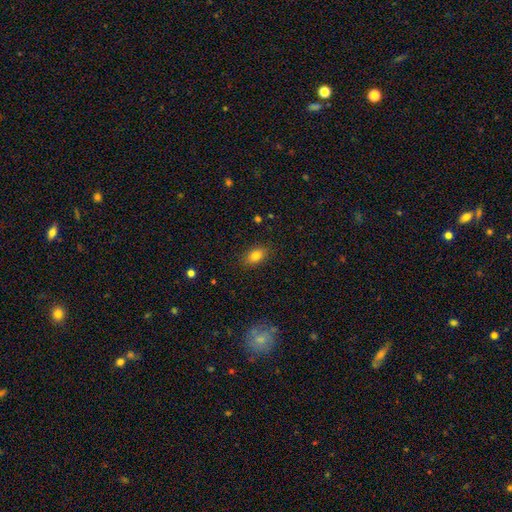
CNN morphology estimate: A smooth galaxy with no disk features (80%) that is in between round and cigar-shaped (84%). Merging: none (87%).